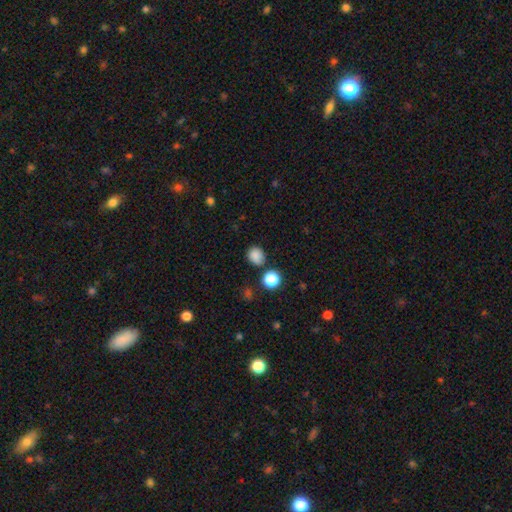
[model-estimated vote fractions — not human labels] Morphology: type=smooth (83%); roundness=round (74%); merging=none (79%).